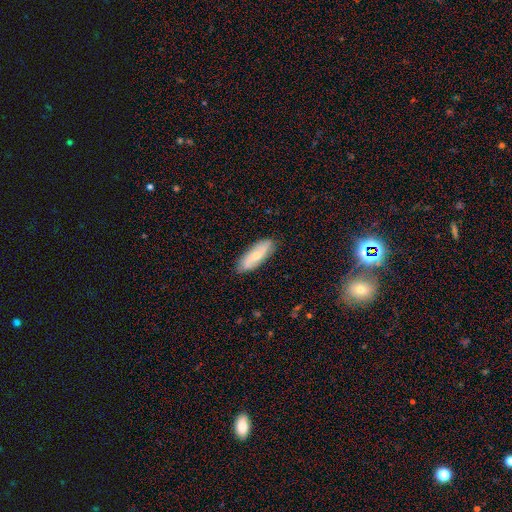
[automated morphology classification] Q: Smooth or featured?
A: smooth (51%); runner-up: featured or disk (43%)
Q: How rounded?
A: in between (63%); runner-up: cigar-shaped (35%)
Q: Merging?
A: none (85%); runner-up: minor disturbance (12%)